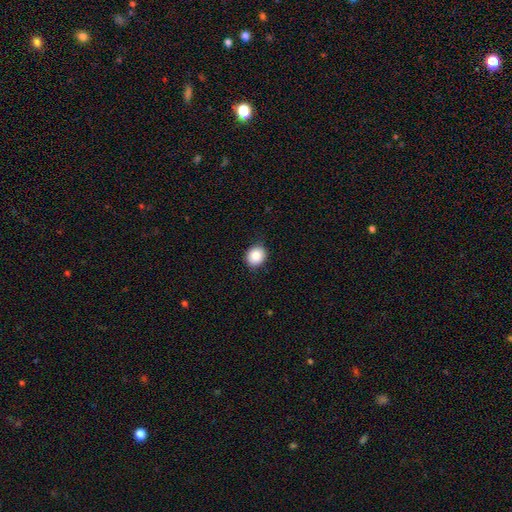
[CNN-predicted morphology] smooth_or_featured: smooth (p=0.86) [alt: star or artifact p=0.09]
how_rounded: round (p=0.72) [alt: in between p=0.27]
merging: none (p=0.86) [alt: minor disturbance p=0.11]